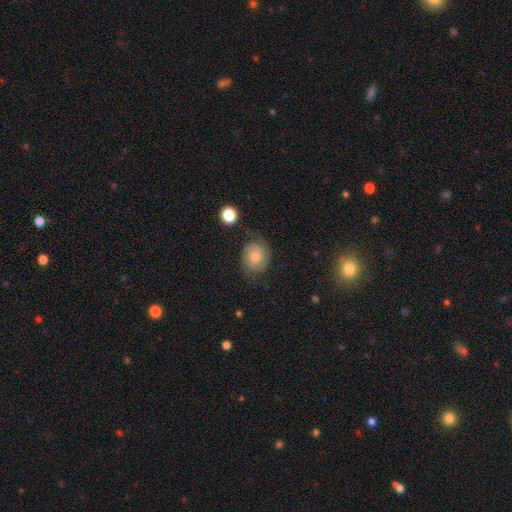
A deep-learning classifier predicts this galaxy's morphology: featured or disk 57%, smooth 32%, star or artifact 12%. Down the decision tree: edge-on disk — no (97%); bar — no (79%); spiral arms — yes (90%); bulge size — moderate (55%); merging — none (74%).